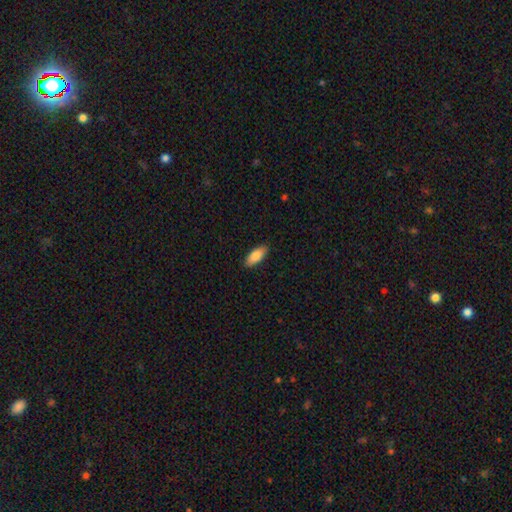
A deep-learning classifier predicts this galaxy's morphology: smooth 85%, featured or disk 9%, star or artifact 6%. Down the decision tree: how rounded — in between (81%); merging — none (88%).